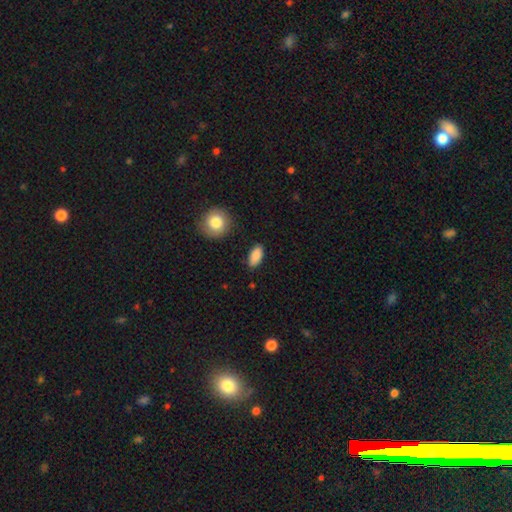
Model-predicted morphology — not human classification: type=smooth (88%); roundness=in between (89%); merging=none (85%).